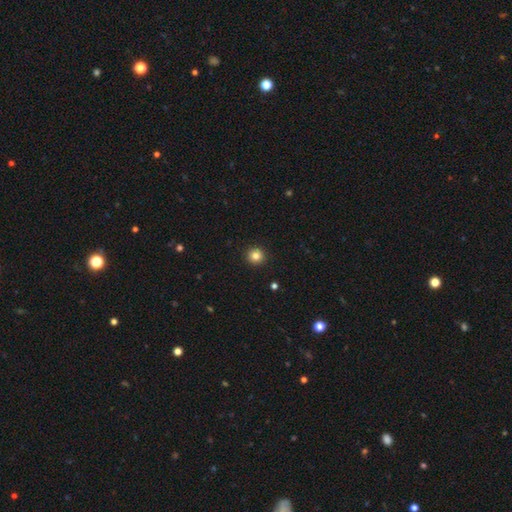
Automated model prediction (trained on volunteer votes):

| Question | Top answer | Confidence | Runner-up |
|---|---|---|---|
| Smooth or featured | smooth | 83% | star or artifact (11%) |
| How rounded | round | 94% | in between (5%) |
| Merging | none | 93% | minor disturbance (4%) |